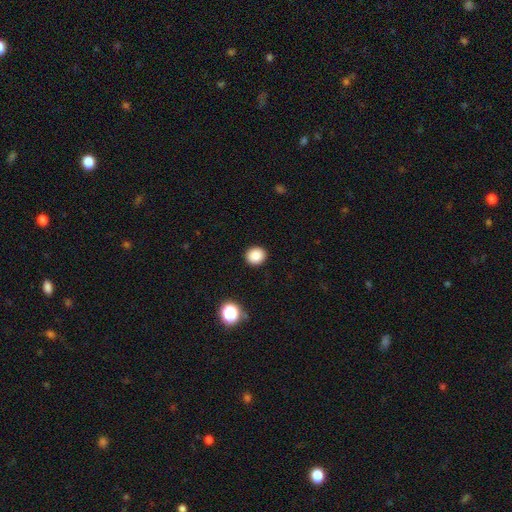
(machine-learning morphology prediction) This appears to be a smooth galaxy with no disk features (86%) that is round (82%). Merging: none (92%).